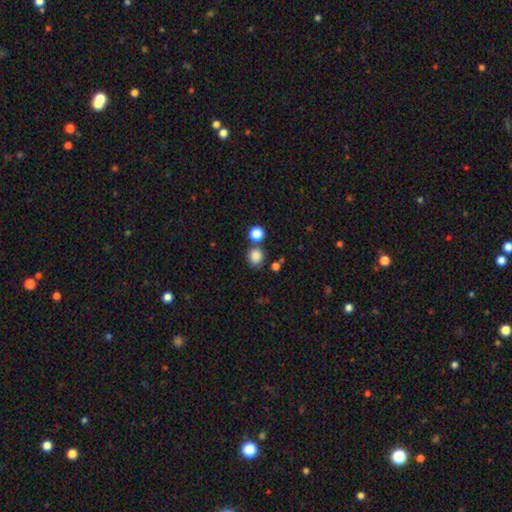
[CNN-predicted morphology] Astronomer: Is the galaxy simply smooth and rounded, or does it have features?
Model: smooth — 84%.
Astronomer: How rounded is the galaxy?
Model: round — 87%.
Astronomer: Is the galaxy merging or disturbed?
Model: none — 75%.